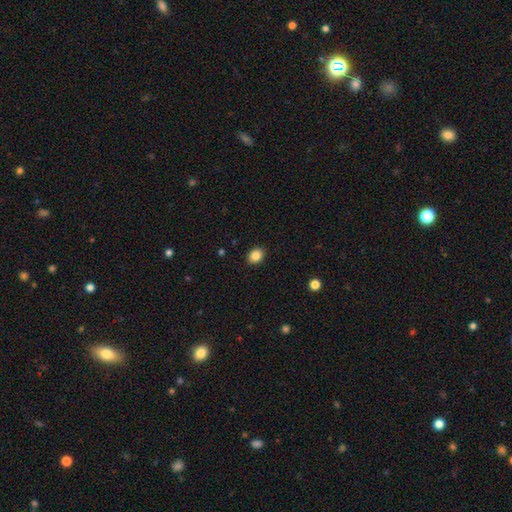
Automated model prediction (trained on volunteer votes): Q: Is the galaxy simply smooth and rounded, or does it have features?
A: smooth — 86%.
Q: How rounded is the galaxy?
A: in between — 55%.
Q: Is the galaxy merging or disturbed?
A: none — 91%.